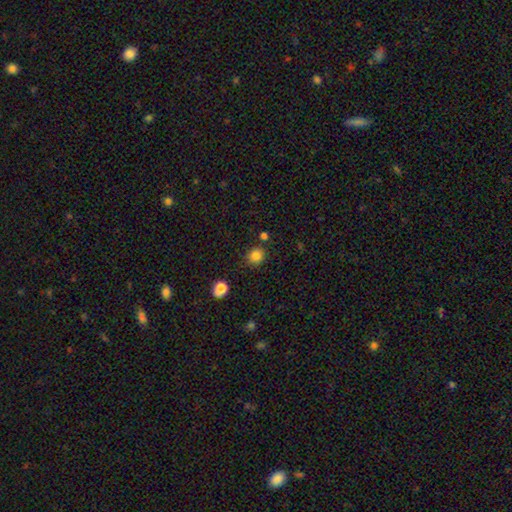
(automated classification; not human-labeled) smooth 83%, star or artifact 12%, featured or disk 5%. Down the decision tree: how rounded — round (87%); merging — none (83%).